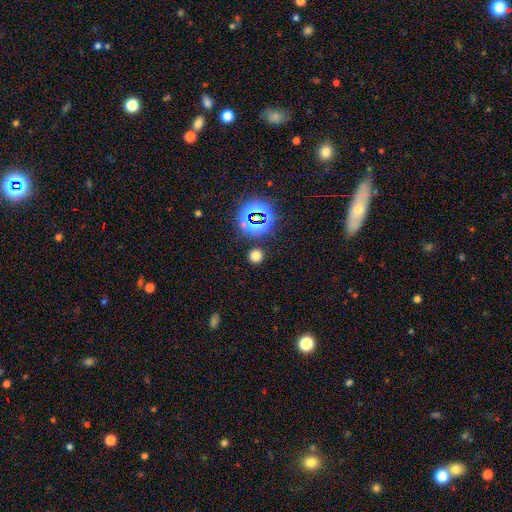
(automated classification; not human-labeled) smooth-or-featured: smooth: 67% | star or artifact: 27% | featured or disk: 6%
  how-rounded: round: 90% | in between: 9% | cigar-shaped: 1%
  merging: none: 88% | minor disturbance: 6% | major disturbance: 3% | merger: 3%